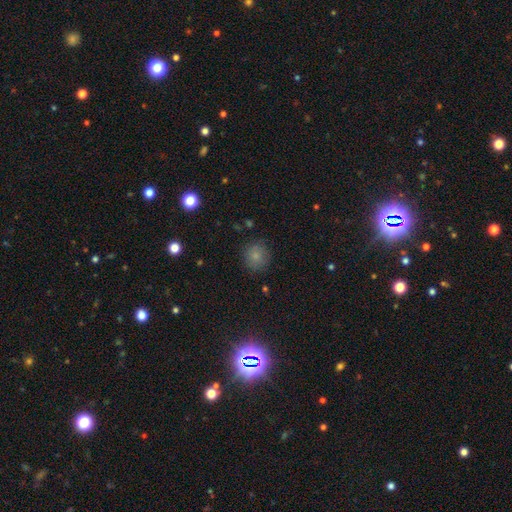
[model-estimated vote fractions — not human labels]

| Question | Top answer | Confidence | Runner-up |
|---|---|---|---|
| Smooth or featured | smooth | 81% | star or artifact (12%) |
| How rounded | round | 90% | in between (9%) |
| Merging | none | 84% | minor disturbance (11%) |